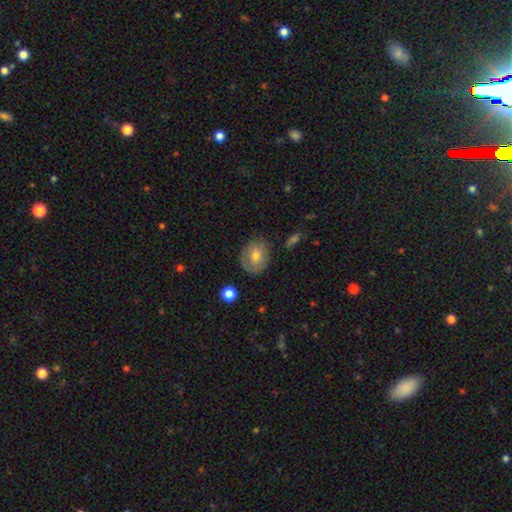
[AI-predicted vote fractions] Smooth or featured? Predicted: smooth (p=0.64). How rounded? Predicted: in between (p=0.50). Merging? Predicted: none (p=0.74).